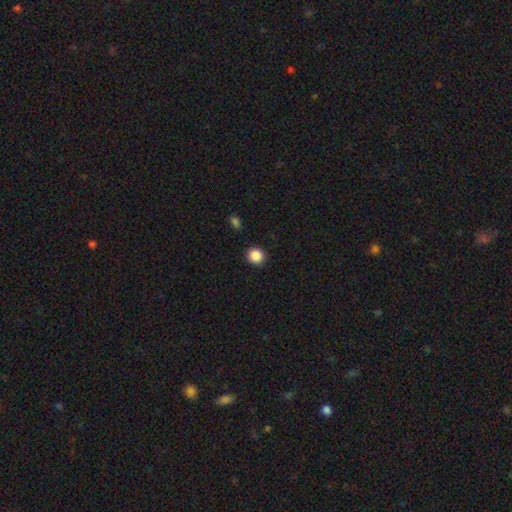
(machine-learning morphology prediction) The model was most divided on "smooth or featured": smooth: 87%, star or artifact: 10%, featured or disk: 3%. More confident: merging — none (91%); how rounded — round (90%).